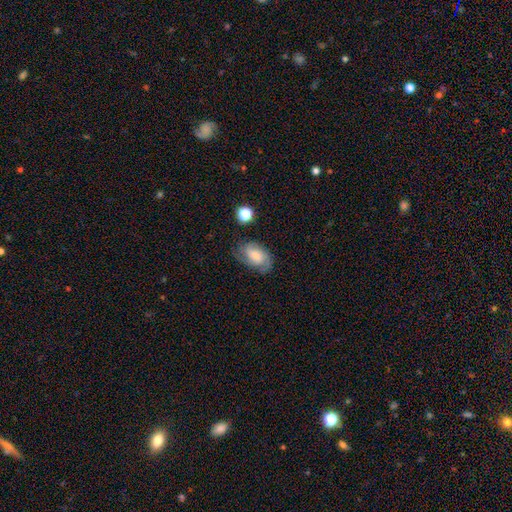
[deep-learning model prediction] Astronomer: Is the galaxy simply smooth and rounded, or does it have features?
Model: featured or disk — 56% (runner-up: smooth, 35%).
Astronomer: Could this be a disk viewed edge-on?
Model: no — 96%.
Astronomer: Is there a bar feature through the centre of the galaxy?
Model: no — 57% (runner-up: weak, 36%).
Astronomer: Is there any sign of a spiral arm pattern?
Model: yes — 89%.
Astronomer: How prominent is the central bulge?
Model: moderate — 40% (runner-up: small, 30%).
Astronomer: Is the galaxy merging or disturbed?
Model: none — 66%.